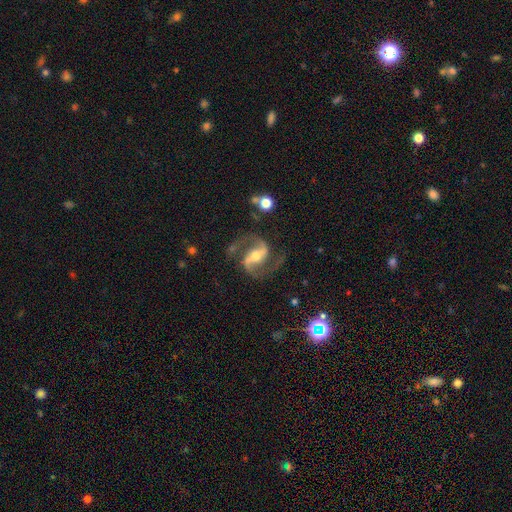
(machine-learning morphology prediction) This appears to be a featured or disk galaxy (92%) with a strong bar (49%), 2 (94%) medium (62%) spiral arms (98%) and a moderate central bulge (58%). Merging: none (78%).